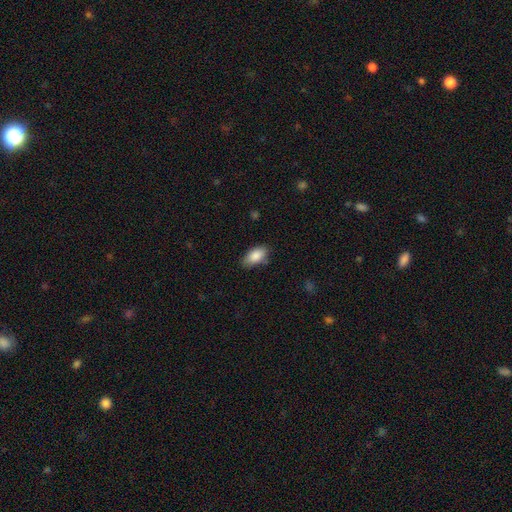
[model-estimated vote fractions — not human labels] Smooth or featured? smooth (87%)
How rounded? in between (92%)
Merging? none (78%)